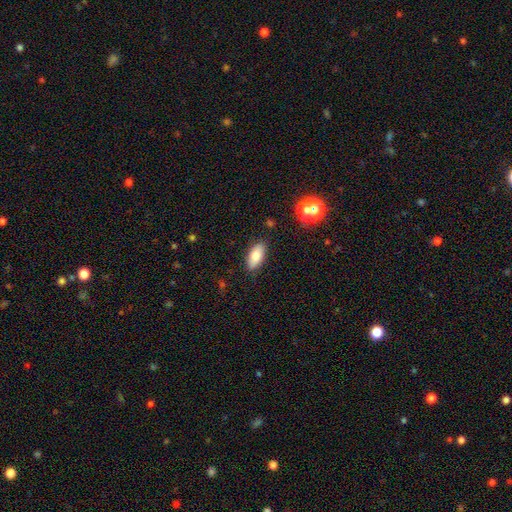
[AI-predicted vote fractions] This appears to be a smooth galaxy with no disk features (77%) that is in between round and cigar-shaped (88%). Merging: none (86%).